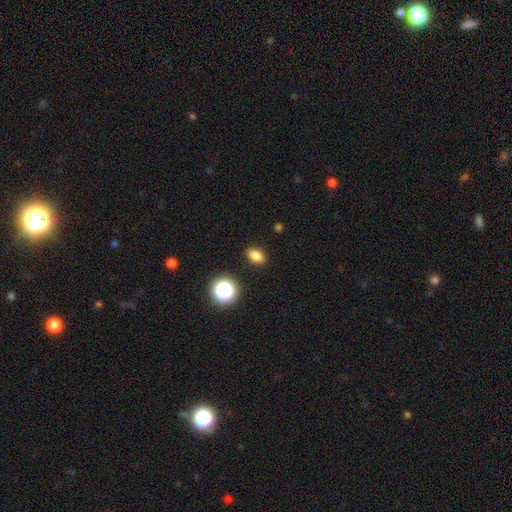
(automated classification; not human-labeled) Smooth or featured?
  - smooth: 81% *
  - star or artifact: 13%
  - featured or disk: 5%
How rounded?
  - in between: 79% *
  - round: 19%
  - cigar-shaped: 2%
Merging?
  - none: 89% *
  - minor disturbance: 7%
  - major disturbance: 2%
  - merger: 1%